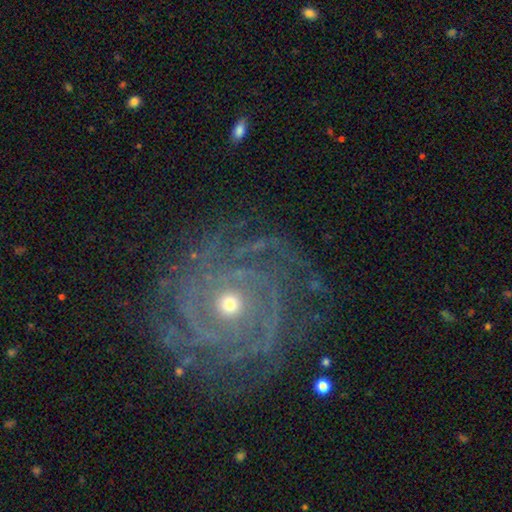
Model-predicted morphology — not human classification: Smooth or featured: featured or disk — 87% (star or artifact — 8%)
Edge-on disk: no — 97% (yes — 3%)
Bar: no — 76% (weak — 17%)
Spiral arms: yes — 97% (no — 3%)
Spiral winding: tight — 81% (medium — 15%)
Spiral arm count: can't tell — 26% (more than 4 — 18%)
Bulge size: moderate — 50% (small — 46%)
Merging: none — 79% (minor disturbance — 13%)